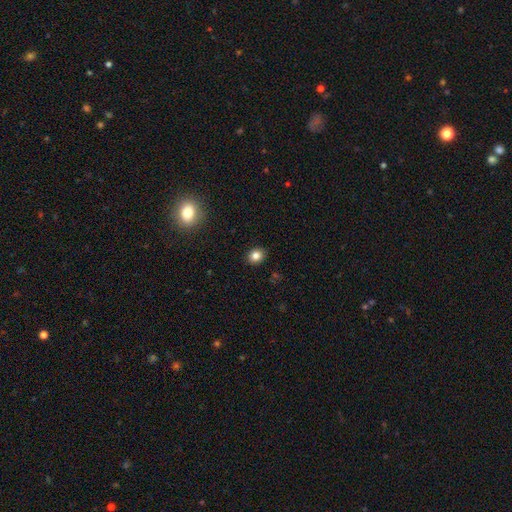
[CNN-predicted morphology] Smooth or featured? smooth (83%)
How rounded? round (62%)
Merging? none (90%)